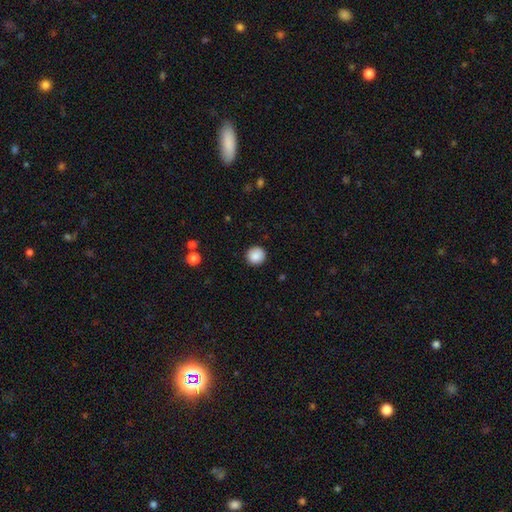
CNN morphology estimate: Overall: smooth (88%). How rounded: round (95%). Merging: none (92%).